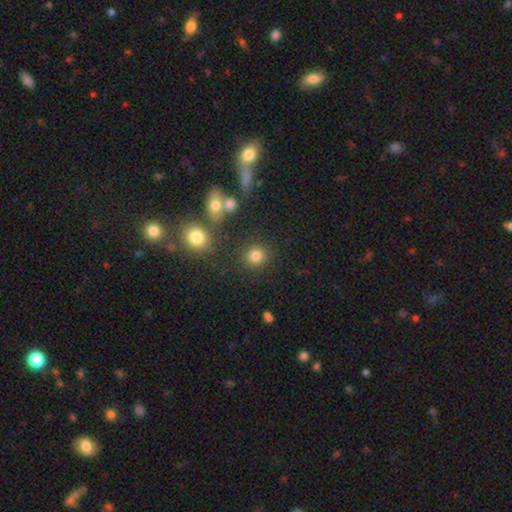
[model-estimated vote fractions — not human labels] smooth-or-featured: smooth: 80% | star or artifact: 14% | featured or disk: 6%
  how-rounded: round: 88% | in between: 11% | cigar-shaped: 1%
  merging: none: 85% | minor disturbance: 7% | merger: 5% | major disturbance: 4%